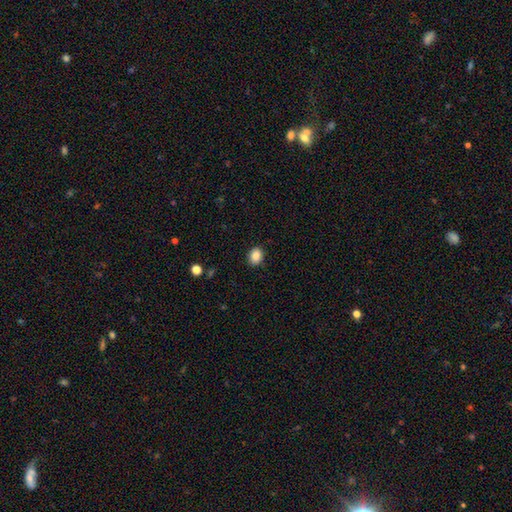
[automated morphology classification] Smooth or featured? Predicted: smooth (p=0.87). How rounded? Predicted: in between (p=0.53). Merging? Predicted: none (p=0.88).